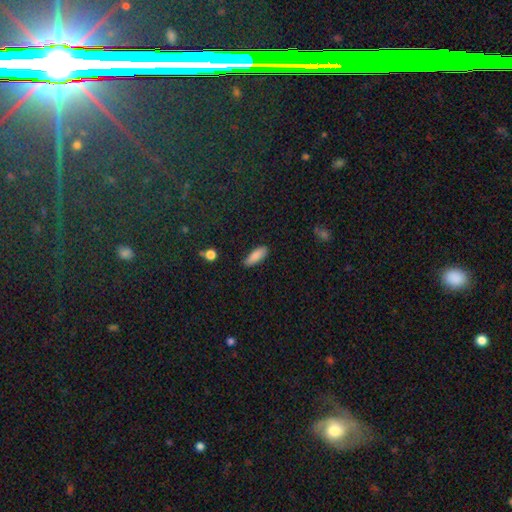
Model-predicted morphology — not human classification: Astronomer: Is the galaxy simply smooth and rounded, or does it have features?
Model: smooth — 85%.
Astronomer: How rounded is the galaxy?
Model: in between — 61% (runner-up: cigar-shaped, 37%).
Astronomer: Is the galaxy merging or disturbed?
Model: none — 82%.